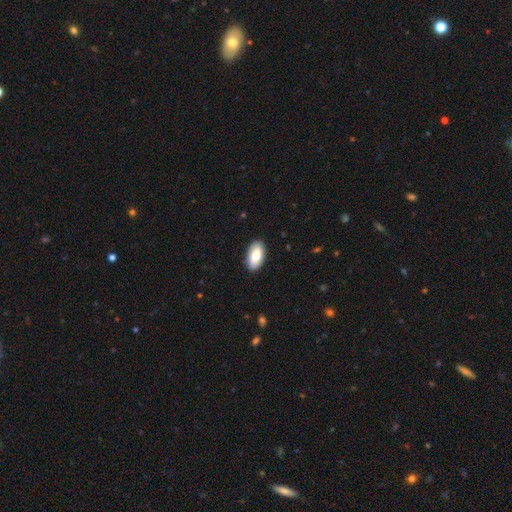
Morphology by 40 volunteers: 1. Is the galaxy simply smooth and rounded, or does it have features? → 95% smooth, 2% featured or disk, 2% star or artifact.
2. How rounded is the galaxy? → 89% in between, 5% round, 5% cigar-shaped.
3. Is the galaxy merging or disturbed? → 92% none, 5% minor disturbance, 3% major disturbance, 0% merger.